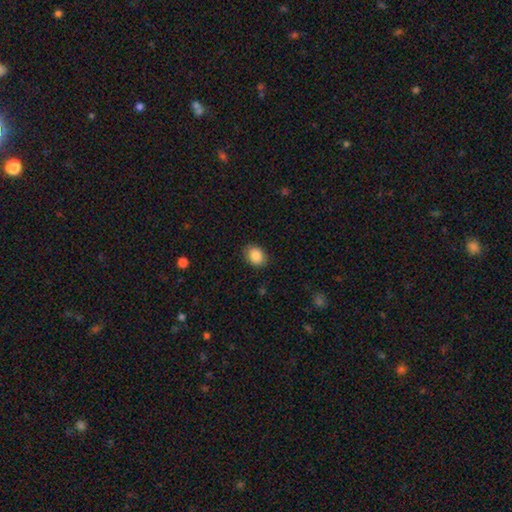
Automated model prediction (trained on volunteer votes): smooth_or_featured: smooth (p=0.88) [alt: star or artifact p=0.08]
how_rounded: in between (p=0.63) [alt: round p=0.36]
merging: none (p=0.85) [alt: minor disturbance p=0.12]